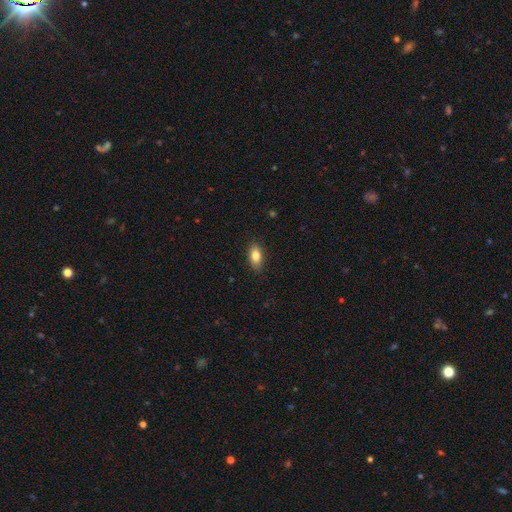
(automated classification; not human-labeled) smooth 83%, featured or disk 10%, star or artifact 7%. Down the decision tree: how rounded — in between (90%); merging — none (87%).